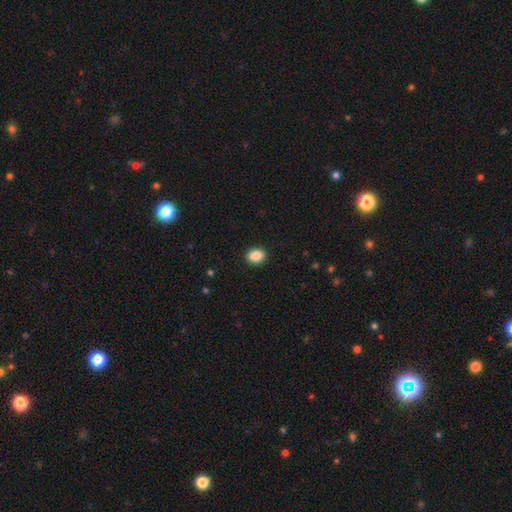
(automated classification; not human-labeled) A smooth galaxy with no disk features (87%) that is in between round and cigar-shaped (56%).

Vote fractions:
- Smooth or featured? smooth: 87% / star or artifact: 9% / featured or disk: 4%
- How rounded? in between: 56% / round: 43% / cigar-shaped: 1%
- Merging? none: 91% / minor disturbance: 6% / major disturbance: 2% / merger: 1%